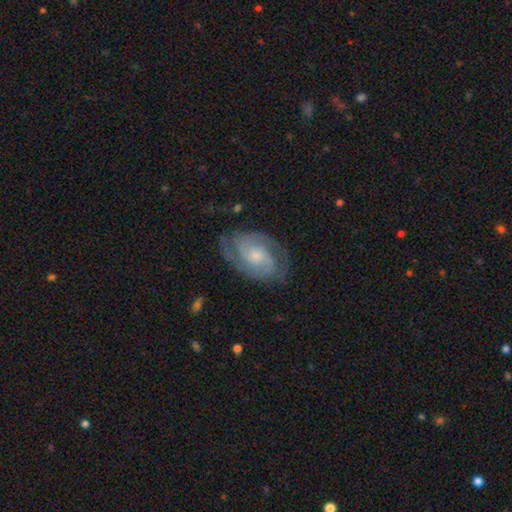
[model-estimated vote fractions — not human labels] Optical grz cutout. It shows a featured or disk galaxy (84%) with no bar (69%), 2 (70%) tight (55%) spiral arms (96%) and a small central bulge (63%). Merging: none (74%).